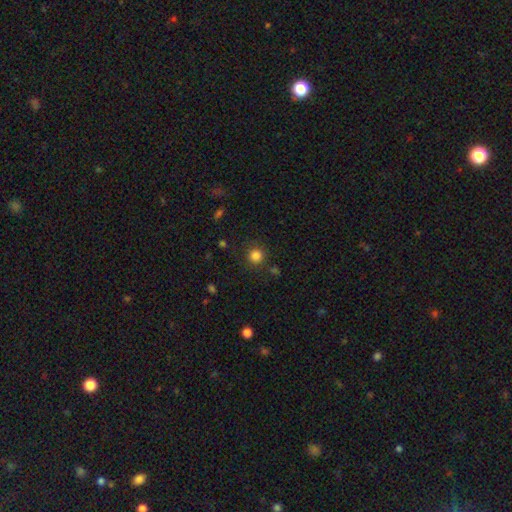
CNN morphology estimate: smooth 83%, star or artifact 13%, featured or disk 4%. Down the decision tree: how rounded — round (93%); merging — none (86%).